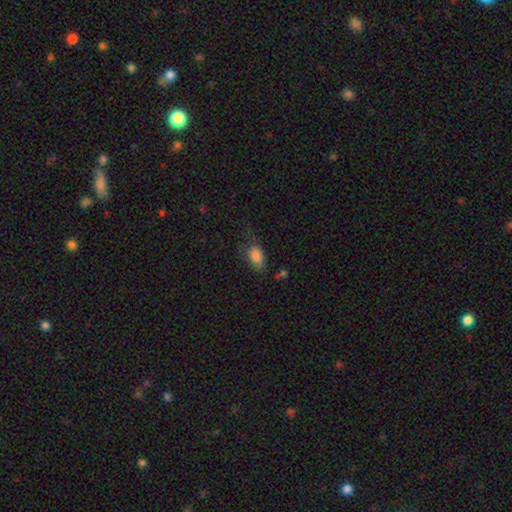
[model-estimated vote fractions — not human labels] Smooth or featured? smooth (84%)
How rounded? in between (88%)
Merging? none (47%)